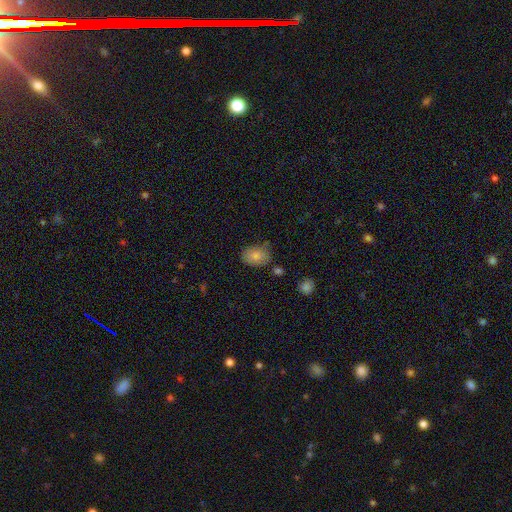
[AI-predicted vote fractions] smooth 83%, featured or disk 9%, star or artifact 8%. Down the decision tree: how rounded — in between (78%); merging — none (69%).